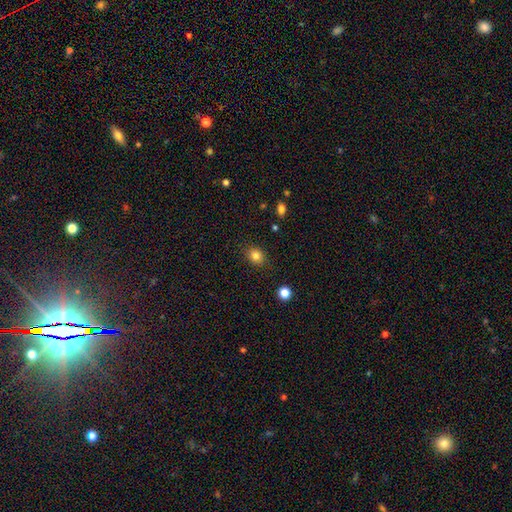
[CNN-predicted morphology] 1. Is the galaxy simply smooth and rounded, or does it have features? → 82% smooth, 11% star or artifact, 6% featured or disk.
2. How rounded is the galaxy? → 55% round, 44% in between, 1% cigar-shaped.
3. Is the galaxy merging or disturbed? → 86% none, 10% minor disturbance, 3% major disturbance, 1% merger.